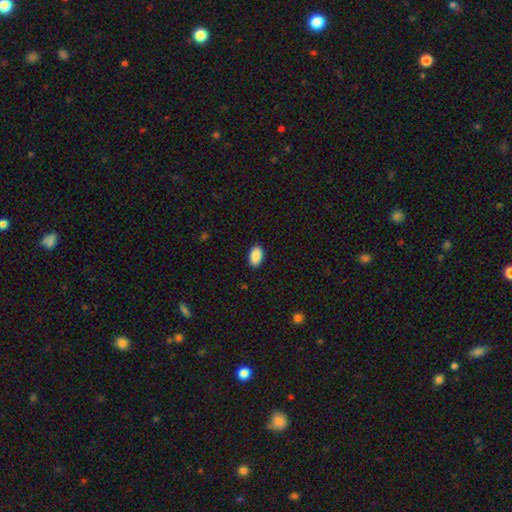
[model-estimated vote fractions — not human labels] Smooth or featured? Predicted: smooth (p=0.90). How rounded? Predicted: in between (p=0.94). Merging? Predicted: none (p=0.89).